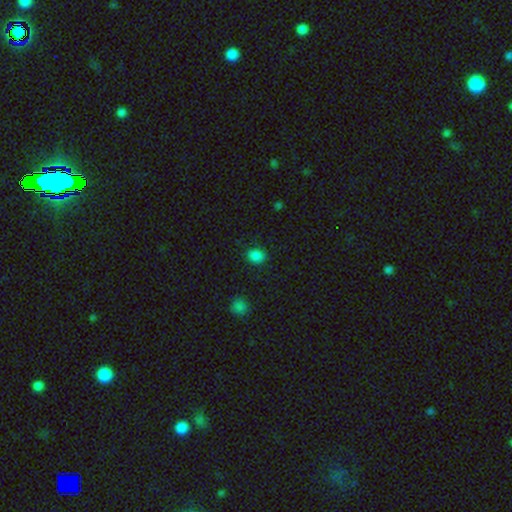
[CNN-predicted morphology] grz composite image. It shows a smooth galaxy with no disk features (84%) that is in between round and cigar-shaped (50%). Merging: none (86%).